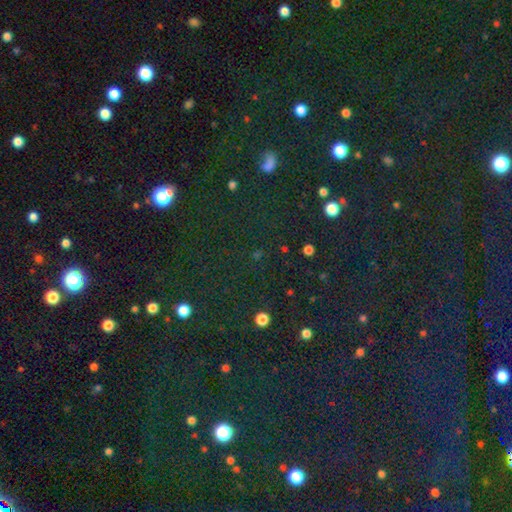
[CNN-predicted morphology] Smooth or featured: star or artifact — 78% (smooth — 14%)